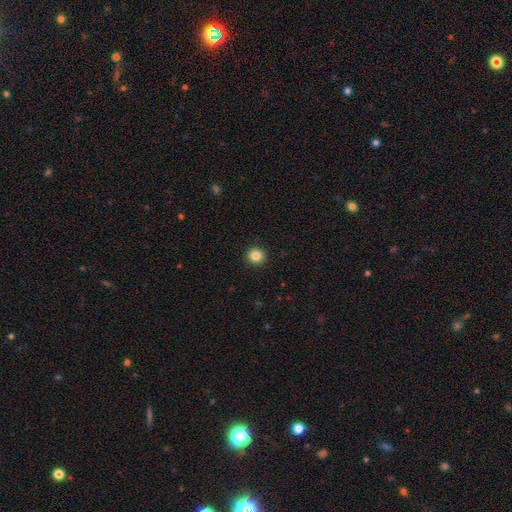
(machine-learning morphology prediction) Smooth or featured? smooth (85%)
How rounded? round (92%)
Merging? none (93%)